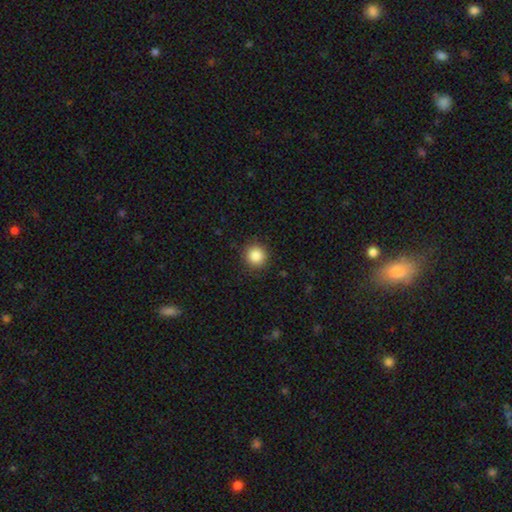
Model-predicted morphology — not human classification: smooth 87%, star or artifact 10%, featured or disk 4%. Down the decision tree: how rounded — round (94%); merging — none (90%).